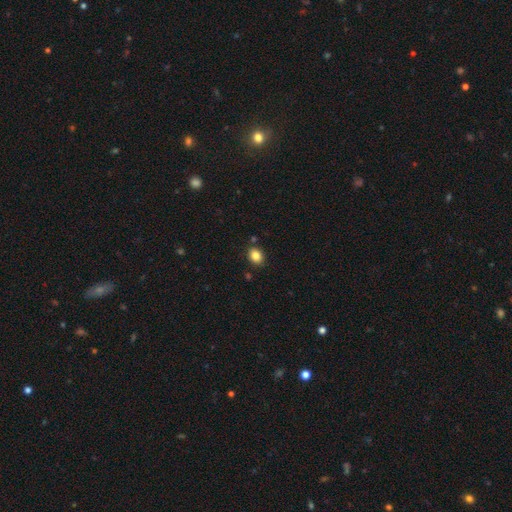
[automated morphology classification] type=smooth (84%); roundness=in between (58%); merging=none (84%).